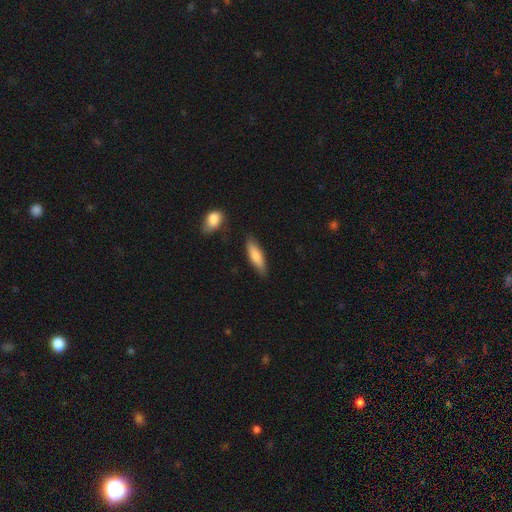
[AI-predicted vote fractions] Smooth or featured? smooth (74%)
How rounded? cigar-shaped (58%)
Merging? none (80%)